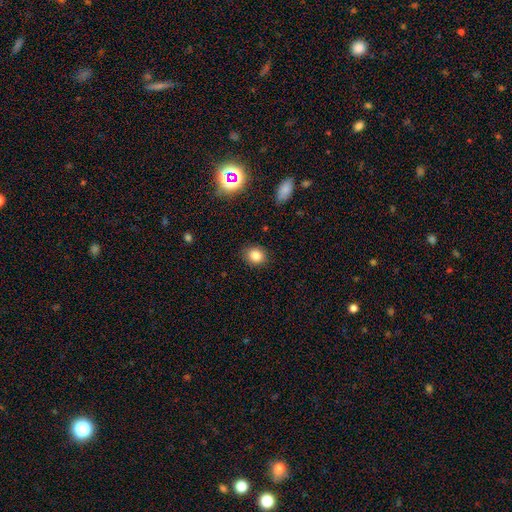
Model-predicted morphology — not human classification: Smooth or featured: smooth — 83% (star or artifact — 11%)
How rounded: round — 67% (in between — 32%)
Merging: none — 87% (minor disturbance — 9%)